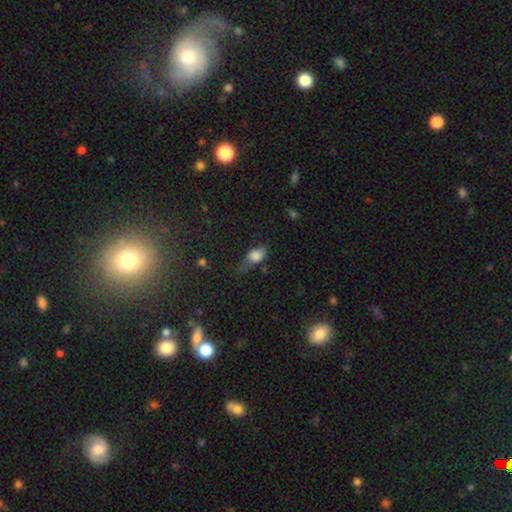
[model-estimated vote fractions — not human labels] Smooth or featured? Predicted: smooth (p=0.77). How rounded? Predicted: in between (p=0.79). Merging? Predicted: minor disturbance (p=0.40).